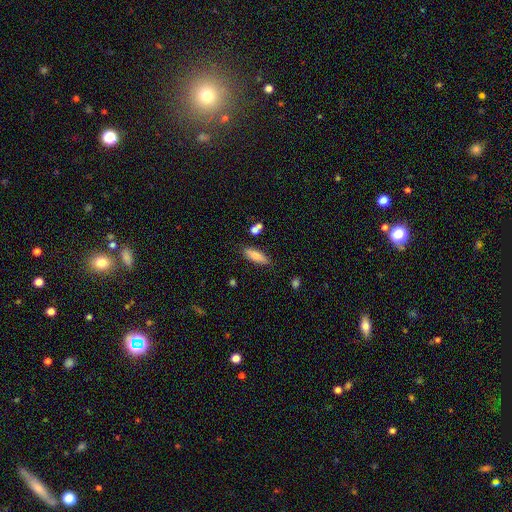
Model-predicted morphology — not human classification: Smooth or featured?
  - smooth: 82% *
  - featured or disk: 10%
  - star or artifact: 7%
How rounded?
  - in between: 51% *
  - cigar-shaped: 47%
  - round: 2%
Merging?
  - none: 80% *
  - minor disturbance: 13%
  - merger: 4%
  - major disturbance: 3%